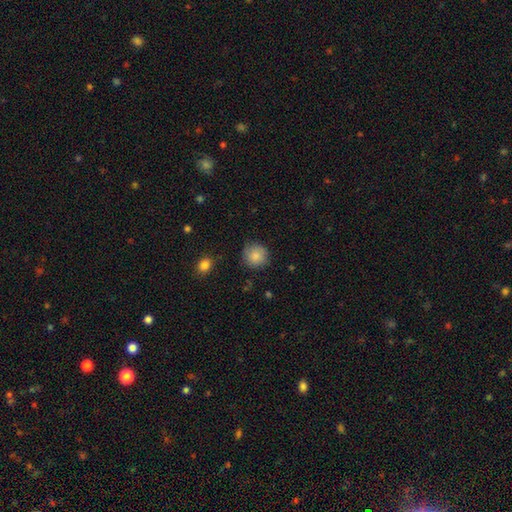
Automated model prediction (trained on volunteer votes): The model was most divided on "merging": none: 77%, minor disturbance: 18%, major disturbance: 4%, merger: 1%. More confident: how rounded — round (91%); smooth or featured — smooth (83%).